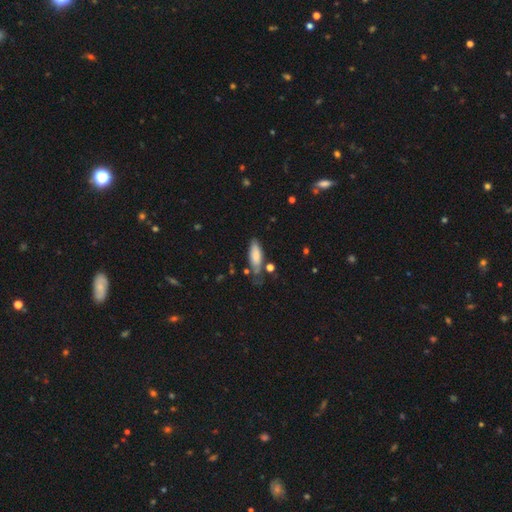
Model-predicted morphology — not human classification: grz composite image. It shows a smooth galaxy with no disk features (77%) that is in between round and cigar-shaped (67%). Merging: none (50%).